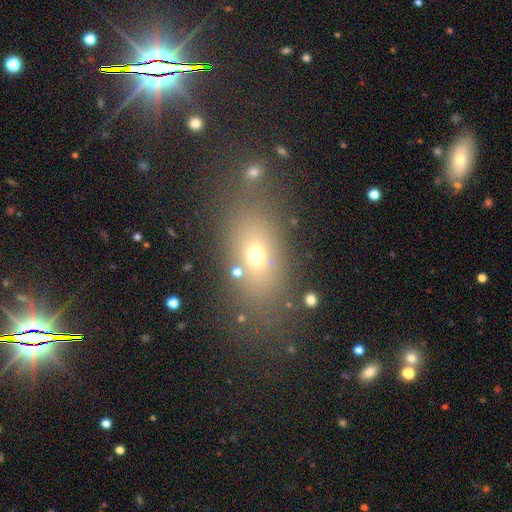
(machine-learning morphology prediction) Q: Smooth or featured?
A: smooth (62%); runner-up: star or artifact (22%)
Q: How rounded?
A: in between (71%); runner-up: round (20%)
Q: Merging?
A: none (77%); runner-up: minor disturbance (11%)